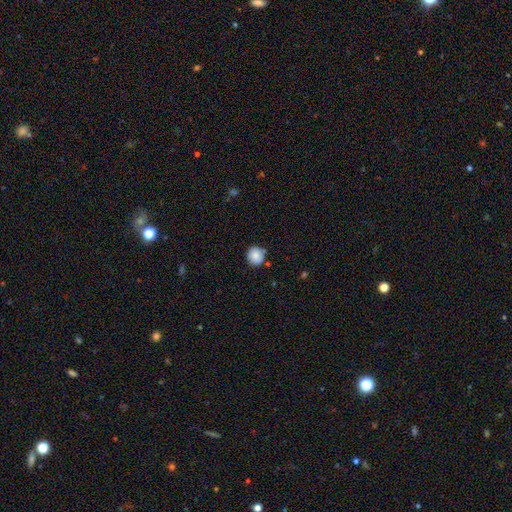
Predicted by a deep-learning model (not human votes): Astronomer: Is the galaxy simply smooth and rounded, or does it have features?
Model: smooth — 86%.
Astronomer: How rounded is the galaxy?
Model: round — 85%.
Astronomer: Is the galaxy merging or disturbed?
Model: none — 82%.